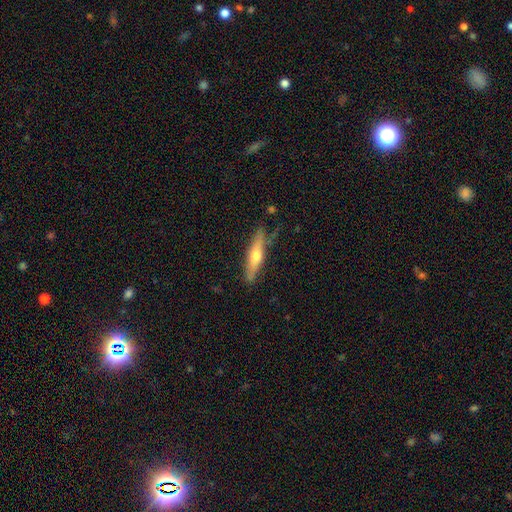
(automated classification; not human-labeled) A featured or disk galaxy (51%) viewed edge-on (92%).

Vote fractions:
- Smooth or featured? featured or disk: 51% / smooth: 44% / star or artifact: 6%
- Edge-on disk? yes: 92% / no: 8%
- Merging? none: 77% / minor disturbance: 17% / major disturbance: 4% / merger: 3%